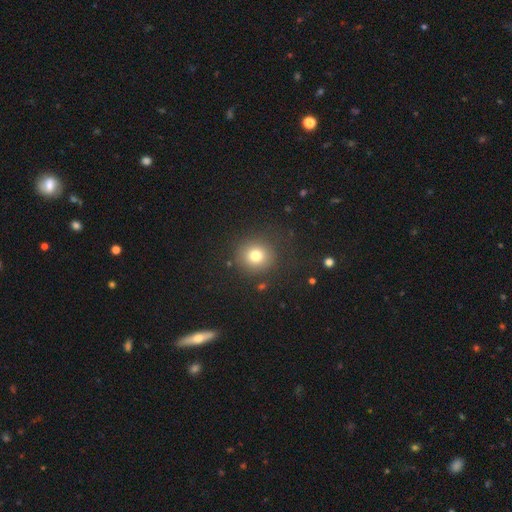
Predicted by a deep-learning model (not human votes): Overall: smooth (77%). How rounded: round (91%). Merging: none (85%).